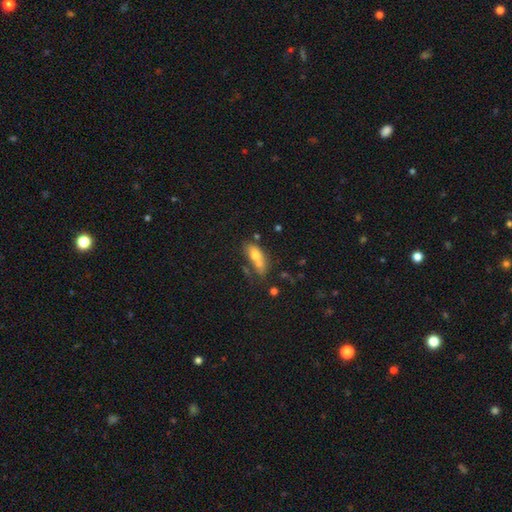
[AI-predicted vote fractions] smooth-or-featured: smooth: 64% | featured or disk: 25% | star or artifact: 10%
  how-rounded: in between: 77% | cigar-shaped: 17% | round: 6%
  merging: merger: 36% (tied) | none: 36% (tied) | minor disturbance: 18% | major disturbance: 10%